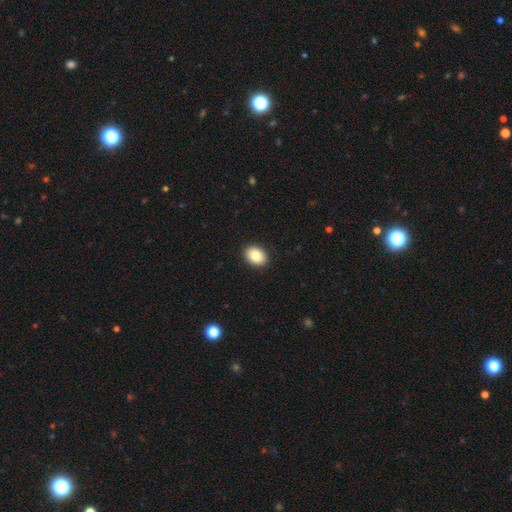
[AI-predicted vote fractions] Overall: smooth (86%). How rounded: in between (68%; round 31%). Merging: none (91%).